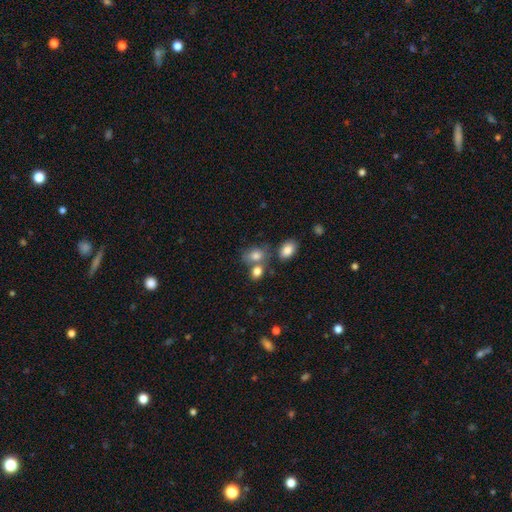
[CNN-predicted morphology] A smooth galaxy with no disk features (79%) that is in between round and cigar-shaped (62%).

Vote fractions:
- Smooth or featured? smooth: 79% / star or artifact: 11% / featured or disk: 10%
- How rounded? in between: 62% / round: 37% / cigar-shaped: 1%
- Merging? none: 46% / merger: 36% / minor disturbance: 13% / major disturbance: 5%